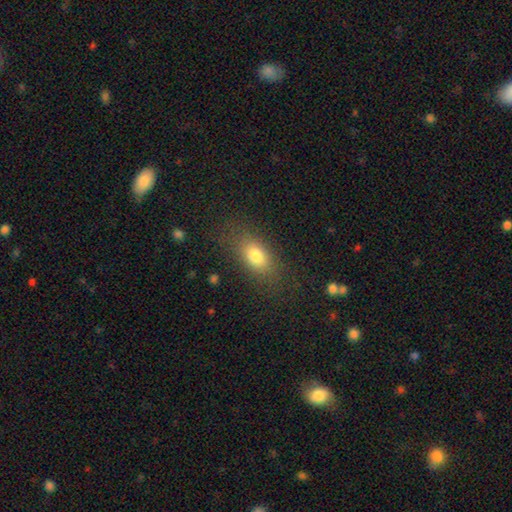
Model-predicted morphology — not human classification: This appears to be a smooth galaxy with no disk features (78%) that is in between round and cigar-shaped (83%). Merging: none (80%).